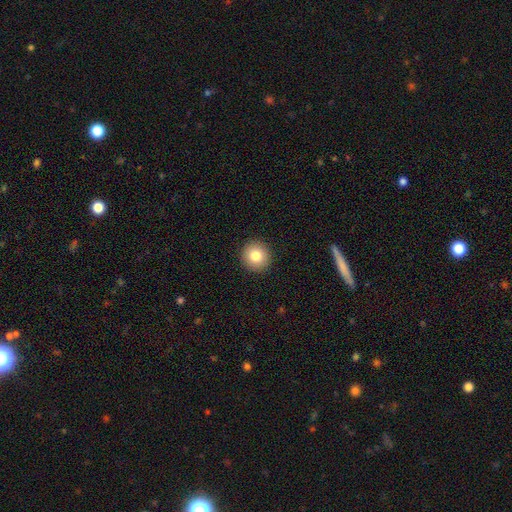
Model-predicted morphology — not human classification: Q: Smooth or featured?
A: smooth (82%); runner-up: star or artifact (10%)
Q: How rounded?
A: round (94%); runner-up: in between (5%)
Q: Merging?
A: none (93%); runner-up: minor disturbance (5%)